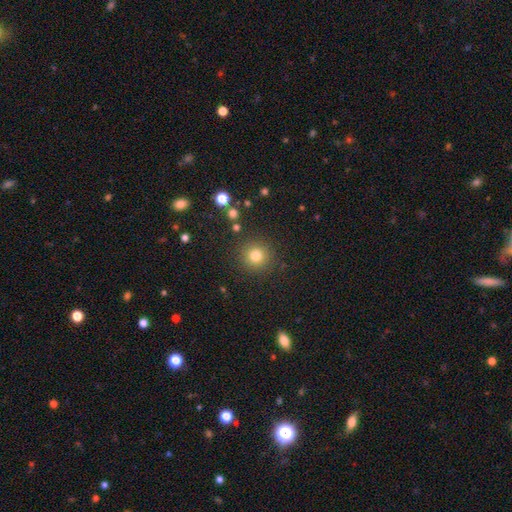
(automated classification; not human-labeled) Smooth or featured: smooth — 79% (star or artifact — 15%)
How rounded: round — 94% (in between — 5%)
Merging: none — 89% (minor disturbance — 6%)